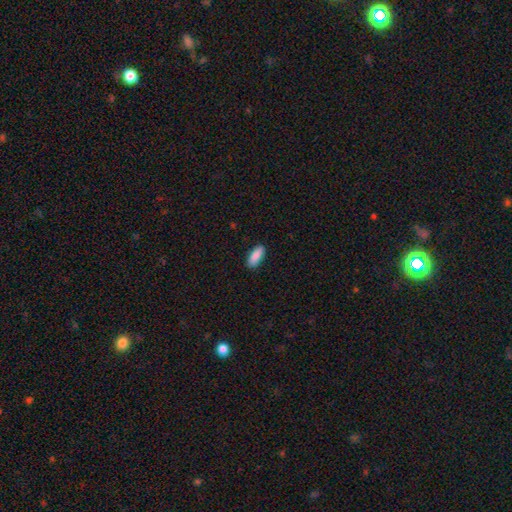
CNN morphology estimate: Q: Smooth or featured?
A: smooth (90%); runner-up: star or artifact (6%)
Q: How rounded?
A: in between (73%); runner-up: cigar-shaped (25%)
Q: Merging?
A: none (87%); runner-up: minor disturbance (10%)